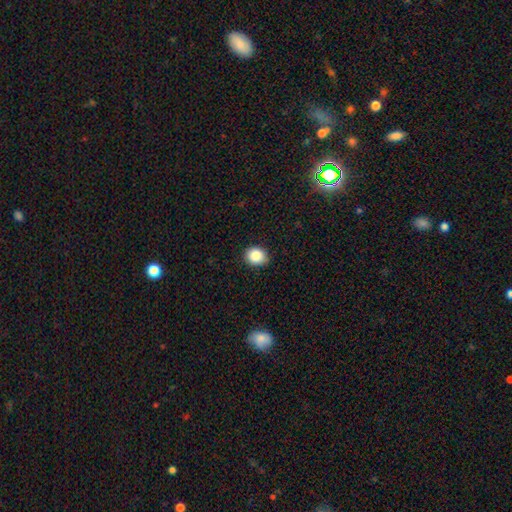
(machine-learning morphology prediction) This is clearly a smooth galaxy (87%). How rounded: likely round (64%). Merging: clearly none (87%).